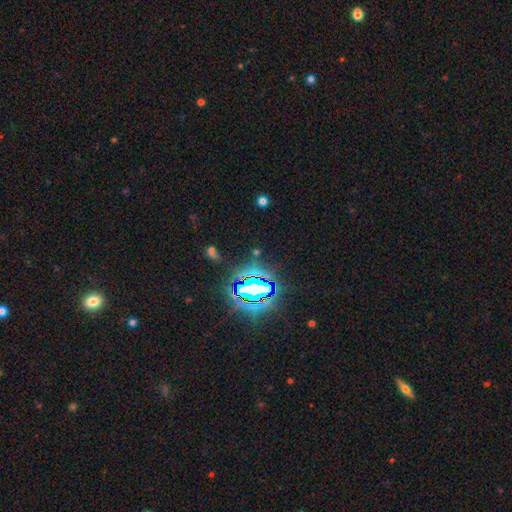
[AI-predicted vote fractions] A star or artifact, not a galaxy (80%).

Vote fractions:
- Smooth or featured? star or artifact: 80% / smooth: 11% / featured or disk: 9%